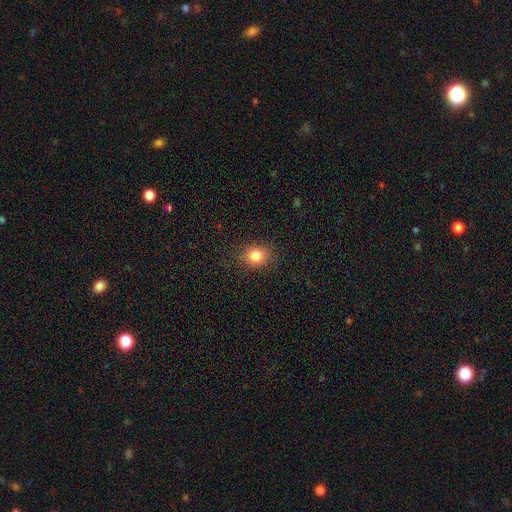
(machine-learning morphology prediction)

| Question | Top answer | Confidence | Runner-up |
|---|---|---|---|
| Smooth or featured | smooth | 83% | star or artifact (11%) |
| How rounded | round | 62% | in between (37%) |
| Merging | none | 86% | minor disturbance (10%) |